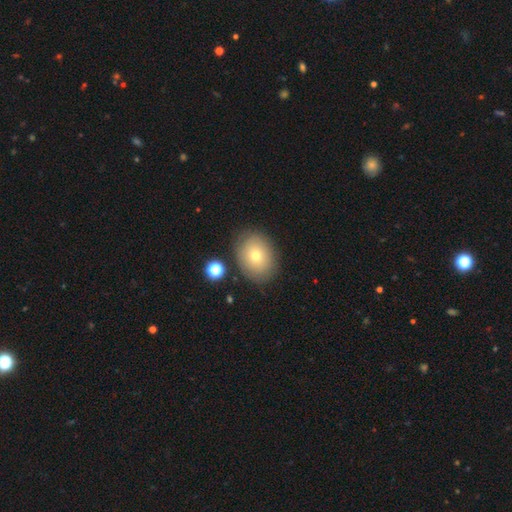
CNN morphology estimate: A smooth galaxy with no disk features (72%) that is in between round and cigar-shaped (57%). Merging: none (83%).